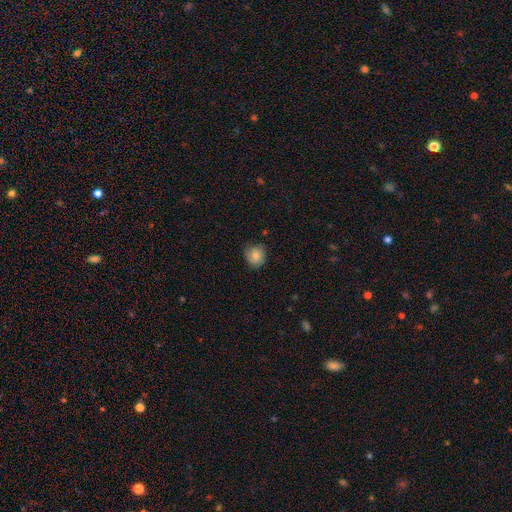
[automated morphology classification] Smooth or featured? smooth (81%)
How rounded? round (86%)
Merging? none (77%)